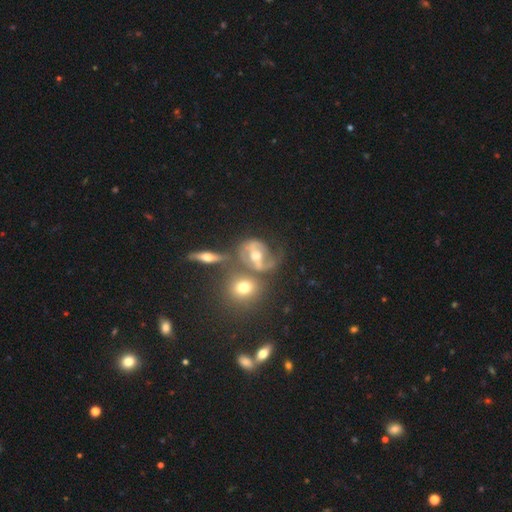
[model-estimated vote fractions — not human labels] This is likely a featured or disk galaxy (76%). It is clearly not viewed edge-on (93%). Bar: marginally weak (38%, tied with no). Spiral arm pattern: clearly yes (87%). Spiral arm count: likely 2 (74%). Spiral winding: possibly medium (47%). Central bulge: likely moderate (66%). Merging: possibly none (49%).